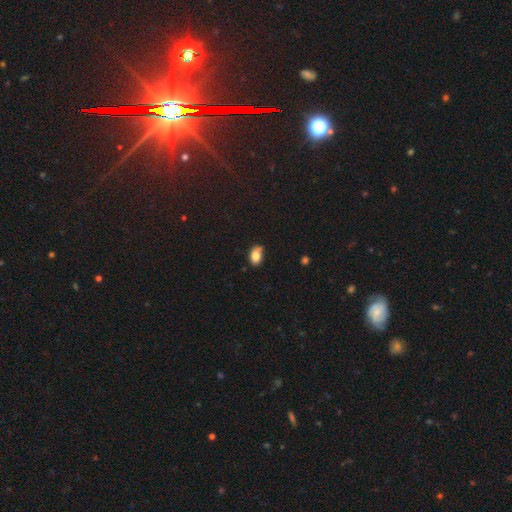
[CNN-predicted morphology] smooth-or-featured: smooth: 81% | featured or disk: 11% | star or artifact: 9%
  how-rounded: in between: 85% | round: 13% | cigar-shaped: 2%
  merging: none: 57% | minor disturbance: 31% | major disturbance: 7% | merger: 5%